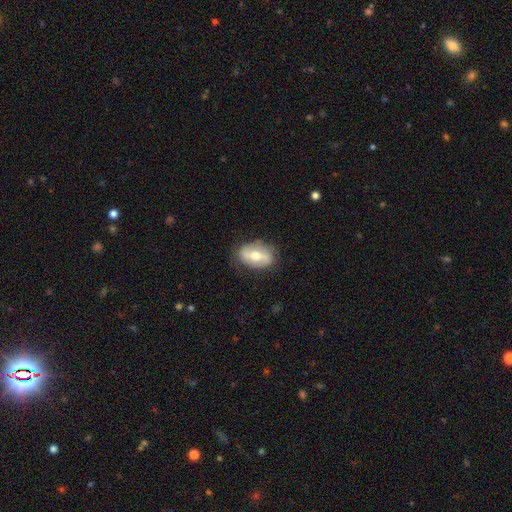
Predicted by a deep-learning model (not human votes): Smooth or featured: featured or disk — 53% (smooth — 40%)
Edge-on disk: no — 90% (yes — 10%)
Merging: none — 77% (minor disturbance — 17%)